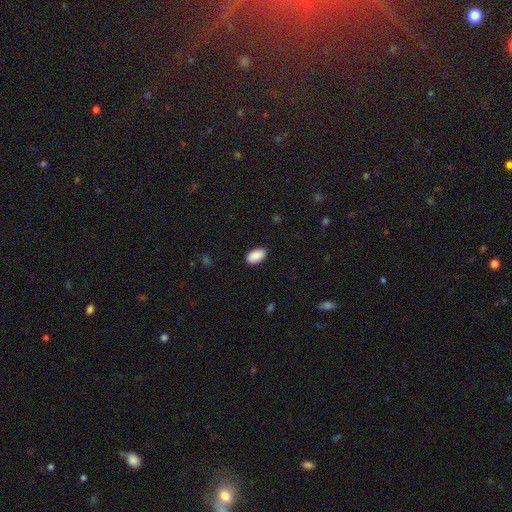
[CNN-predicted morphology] Smooth or featured: smooth — 91% (star or artifact — 6%)
How rounded: in between — 95% (round — 4%)
Merging: none — 89% (minor disturbance — 8%)